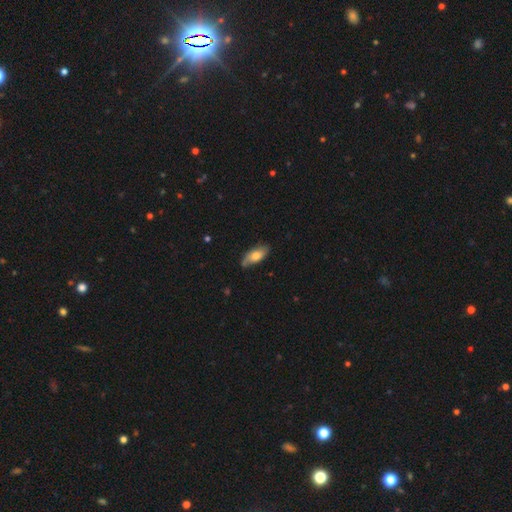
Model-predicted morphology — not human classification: smooth 63%, featured or disk 31%, star or artifact 6%. Down the decision tree: how rounded — in between (82%); merging — none (71%).